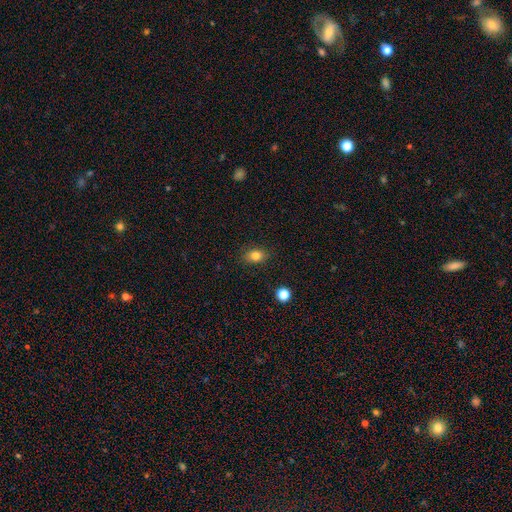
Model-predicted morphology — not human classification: Q: Smooth or featured?
A: smooth (82%); runner-up: star or artifact (11%)
Q: How rounded?
A: in between (71%); runner-up: round (27%)
Q: Merging?
A: none (86%); runner-up: minor disturbance (11%)